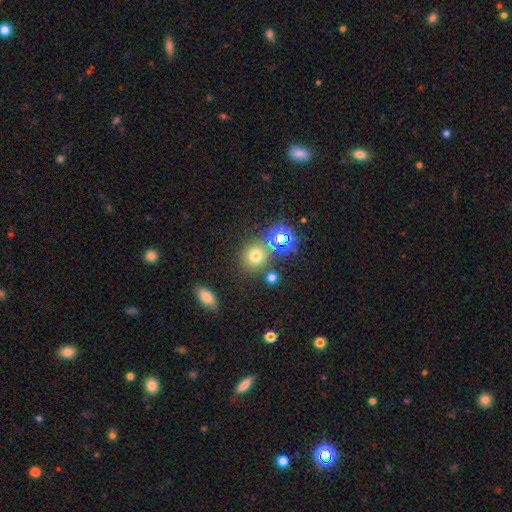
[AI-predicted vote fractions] smooth-or-featured: smooth: 67% | star or artifact: 25% | featured or disk: 9%
  how-rounded: round: 83% | in between: 15% | cigar-shaped: 1%
  merging: none: 72% | merger: 14% | minor disturbance: 10% | major disturbance: 4%